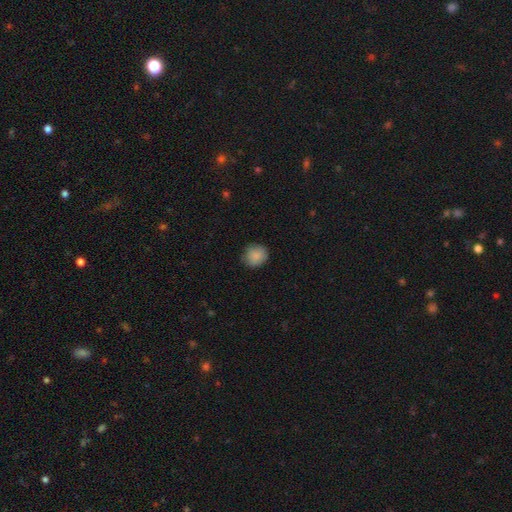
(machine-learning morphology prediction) A smooth galaxy with no disk features (88%) that is round (83%).

Vote fractions:
- Smooth or featured? smooth: 88% / star or artifact: 8% / featured or disk: 4%
- How rounded? round: 83% / in between: 16% / cigar-shaped: 1%
- Merging? none: 83% / minor disturbance: 14% / major disturbance: 3% / merger: 1%